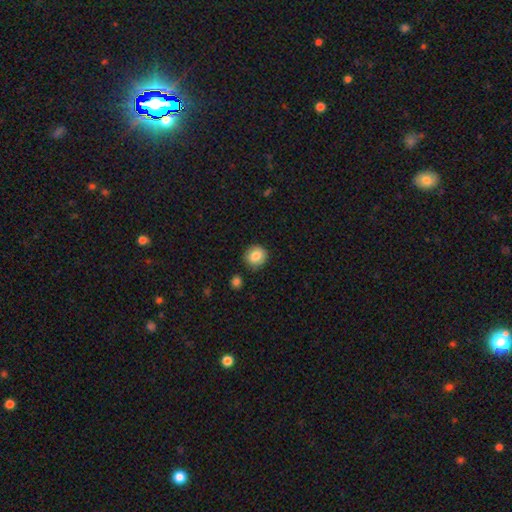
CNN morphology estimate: Q: Smooth or featured?
A: smooth (84%); runner-up: star or artifact (9%)
Q: How rounded?
A: round (85%); runner-up: in between (14%)
Q: Merging?
A: none (87%); runner-up: minor disturbance (9%)